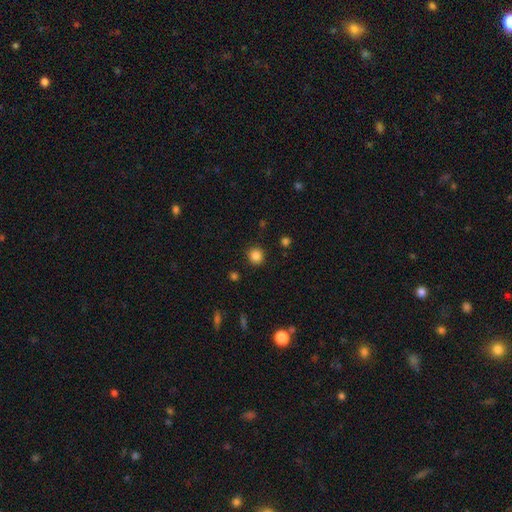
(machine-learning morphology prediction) smooth_or_featured: smooth (p=0.85) [alt: star or artifact p=0.12]
how_rounded: round (p=0.92) [alt: in between p=0.07]
merging: none (p=0.90) [alt: minor disturbance p=0.06]